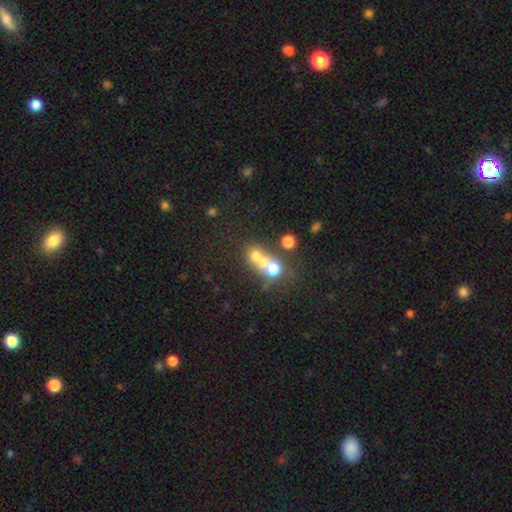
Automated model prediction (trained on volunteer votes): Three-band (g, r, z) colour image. It shows a smooth galaxy with no disk features (60%) that is round (78%). Merging: merger (57%).